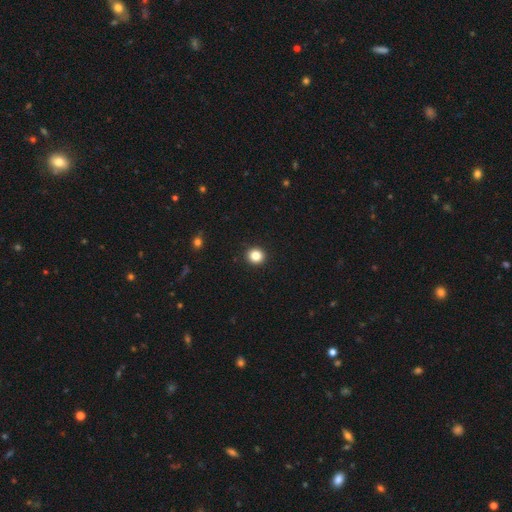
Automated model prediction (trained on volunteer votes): This is clearly a smooth galaxy (85%). How rounded: clearly round (90%). Merging: clearly none (93%).